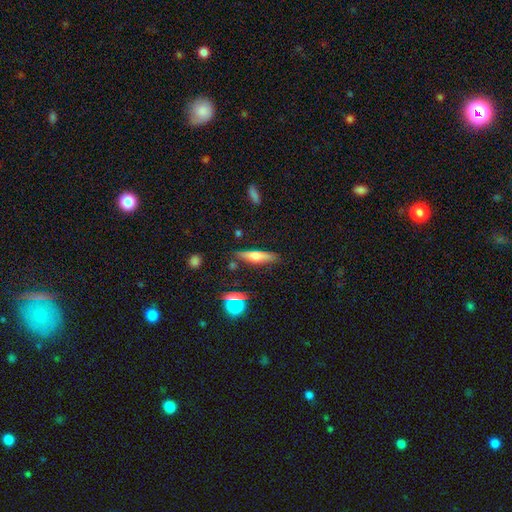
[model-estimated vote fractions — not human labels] Smooth or featured: smooth — 54% (featured or disk — 36%)
How rounded: cigar-shaped — 73% (in between — 24%)
Merging: none — 82% (minor disturbance — 12%)